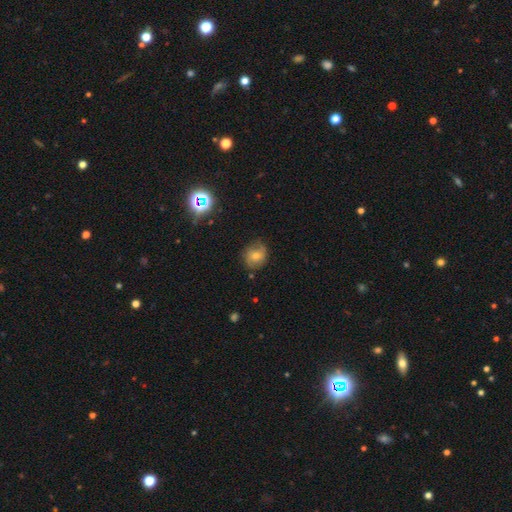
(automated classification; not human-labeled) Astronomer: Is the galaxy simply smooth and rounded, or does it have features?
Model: smooth — 47% (runner-up: featured or disk, 36%).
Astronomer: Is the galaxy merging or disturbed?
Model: none — 73%.